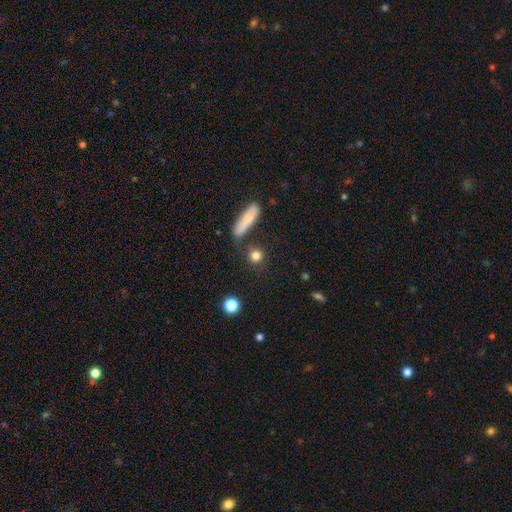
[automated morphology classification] smooth 81%, star or artifact 11%, featured or disk 8%. Down the decision tree: how rounded — round (81%); merging — none (76%).